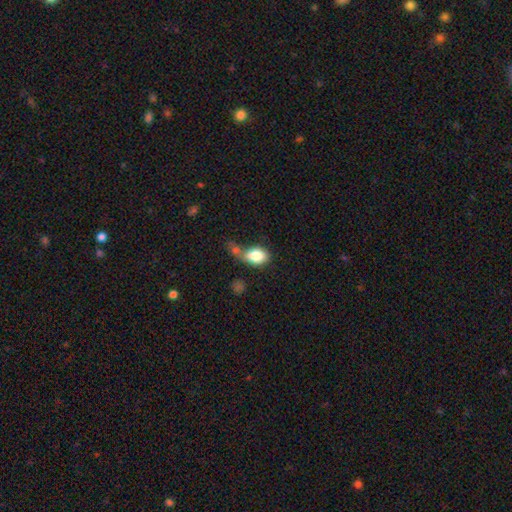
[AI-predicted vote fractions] Smooth or featured?
  - smooth: 82% *
  - featured or disk: 10%
  - star or artifact: 8%
How rounded?
  - in between: 84% *
  - round: 13%
  - cigar-shaped: 2%
Merging?
  - none: 34% *
  - merger: 30%
  - minor disturbance: 22%
  - major disturbance: 15%